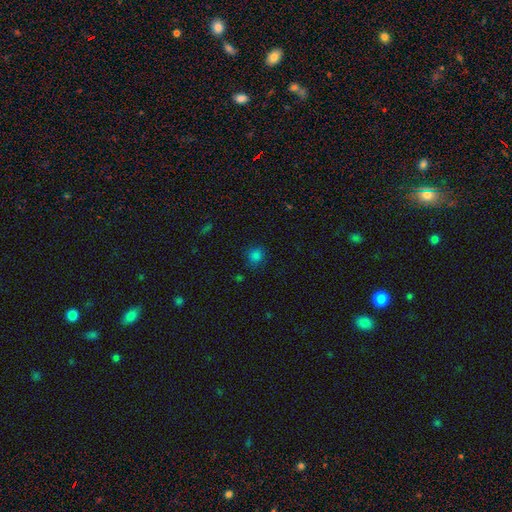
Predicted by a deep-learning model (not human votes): Morphology: type=smooth (79%); roundness=round (85%); merging=none (82%).